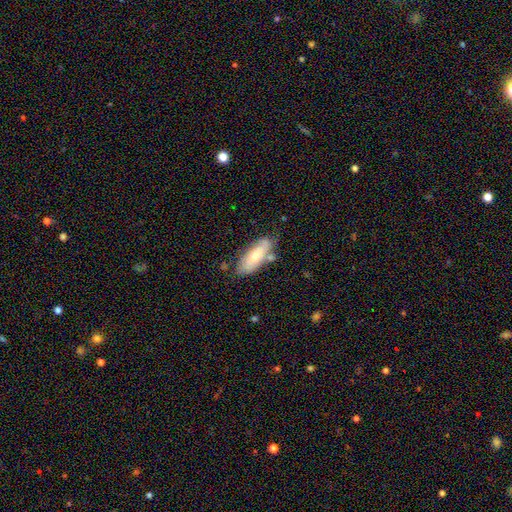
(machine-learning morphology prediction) Smooth or featured? Predicted: smooth (p=0.61). How rounded? Predicted: in between (p=0.72). Merging? Predicted: none (p=0.61).